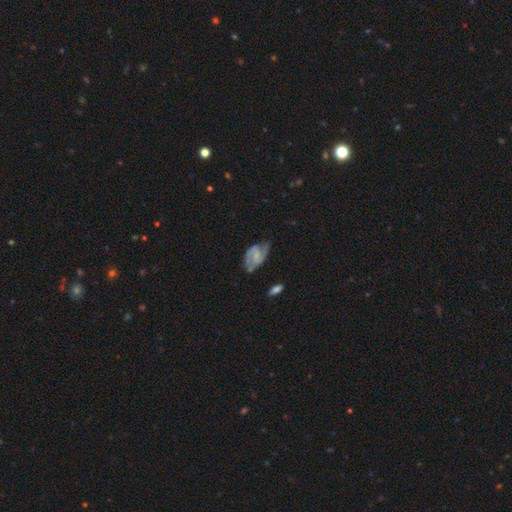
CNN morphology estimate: Smooth or featured? featured or disk (78%)
Edge-on disk? no (97%)
Bar? weak (49%)
Spiral arms? yes (93%)
Spiral winding? medium (50%)
Spiral arm count? 2 (85%)
Bulge size? small (51%)
Merging? none (61%)